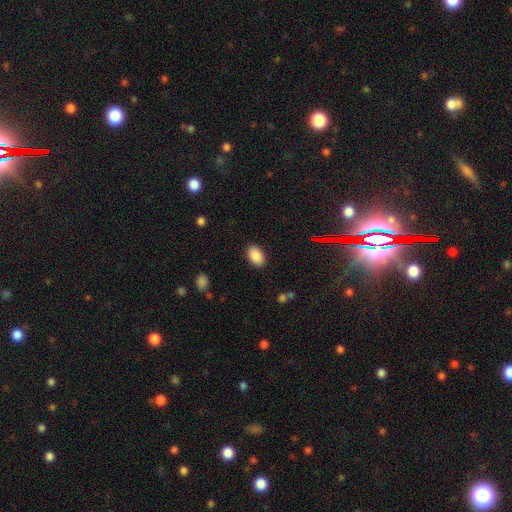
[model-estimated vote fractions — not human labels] The model was most divided on "merging": none: 88%, minor disturbance: 8%, major disturbance: 2%, merger: 1%. More confident: how rounded — in between (91%); smooth or featured — smooth (89%).